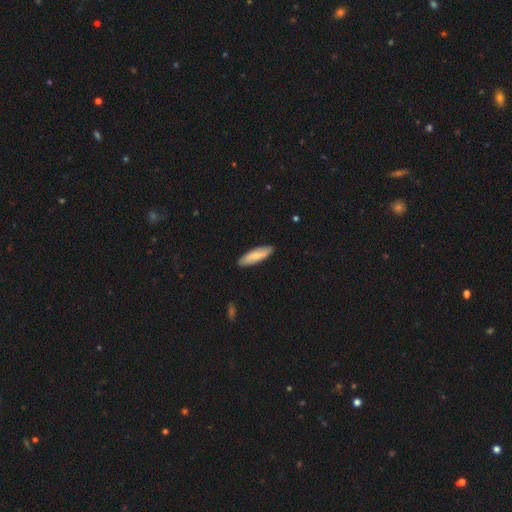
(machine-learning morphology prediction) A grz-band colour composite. It shows a smooth galaxy with no disk features (68%) that is cigar-shaped (52%). Merging: none (88%).